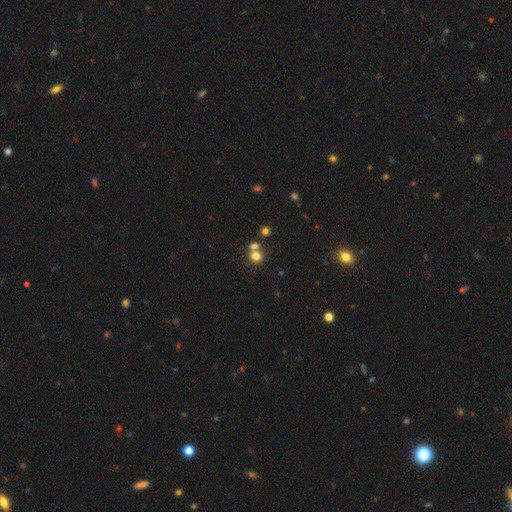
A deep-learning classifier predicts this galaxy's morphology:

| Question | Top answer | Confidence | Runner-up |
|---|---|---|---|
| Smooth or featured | smooth | 74% | star or artifact (16%) |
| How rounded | round | 83% | in between (16%) |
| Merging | none | 54% | merger (34%) |